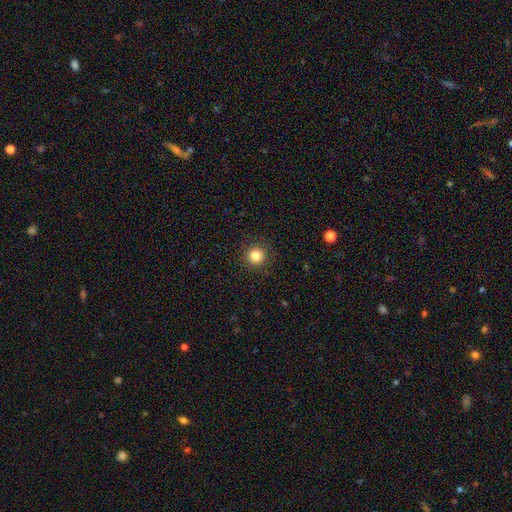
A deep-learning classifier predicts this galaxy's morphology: Smooth or featured: smooth — 83% (star or artifact — 12%)
How rounded: round — 95% (in between — 4%)
Merging: none — 92% (minor disturbance — 5%)